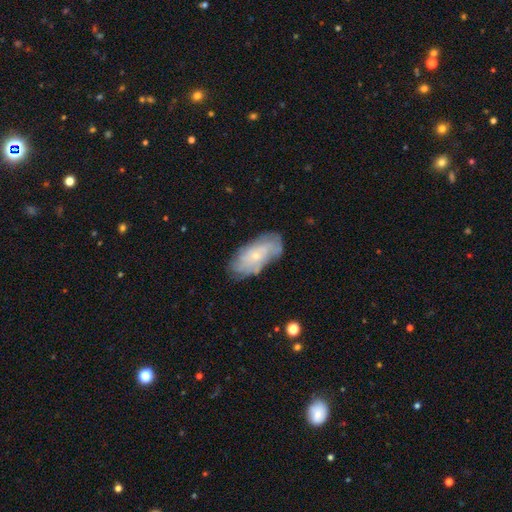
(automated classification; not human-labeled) Smooth or featured? Predicted: featured or disk (p=0.57). Edge-on disk? Predicted: no (p=0.91). Bar? Predicted: no (p=0.82). Spiral arms? Predicted: yes (p=0.71). Bulge size? Predicted: small (p=0.78). Merging? Predicted: none (p=0.70).